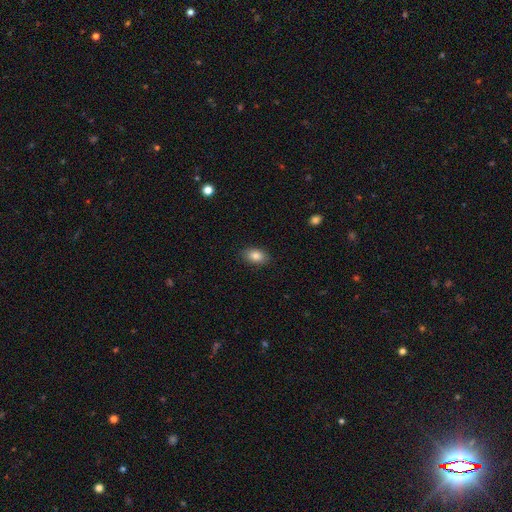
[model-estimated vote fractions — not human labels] Smooth or featured? smooth (85%)
How rounded? in between (87%)
Merging? none (88%)